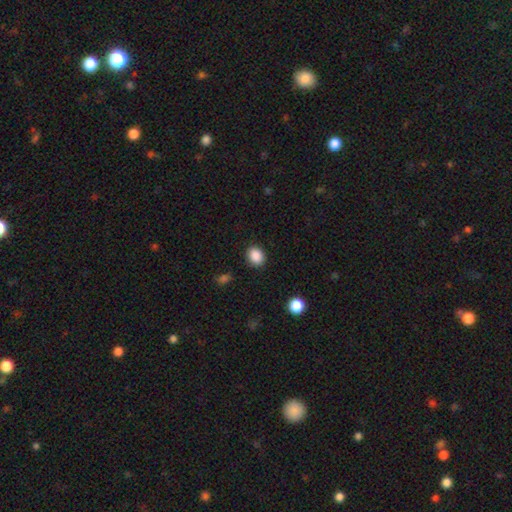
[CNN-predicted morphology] smooth_or_featured: smooth (p=0.88) [alt: star or artifact p=0.09]
how_rounded: round (p=0.56) [alt: in between p=0.43]
merging: none (p=0.89) [alt: minor disturbance p=0.08]